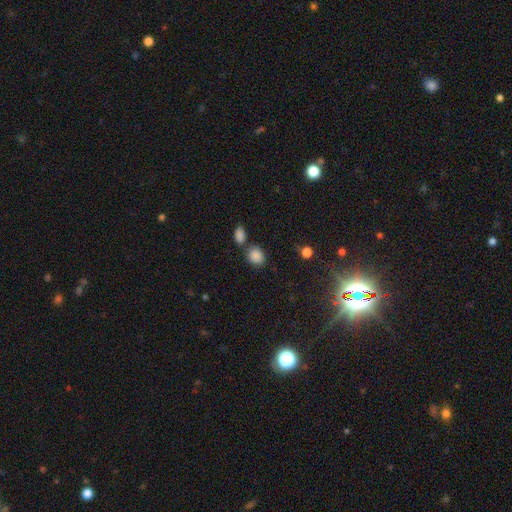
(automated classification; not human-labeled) smooth-or-featured: smooth: 86% | star or artifact: 10% | featured or disk: 4%
  how-rounded: round: 51% | in between: 48% | cigar-shaped: 1%
  merging: none: 64% | merger: 19% | minor disturbance: 13% | major disturbance: 4%